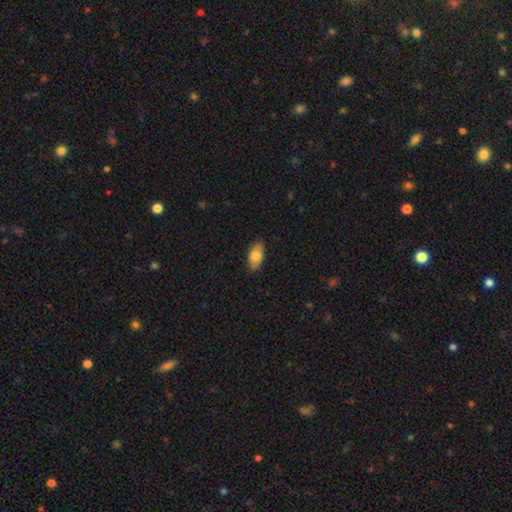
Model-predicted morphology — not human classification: Q: Smooth or featured?
A: smooth (81%); runner-up: featured or disk (13%)
Q: How rounded?
A: in between (93%); runner-up: round (4%)
Q: Merging?
A: none (84%); runner-up: minor disturbance (13%)